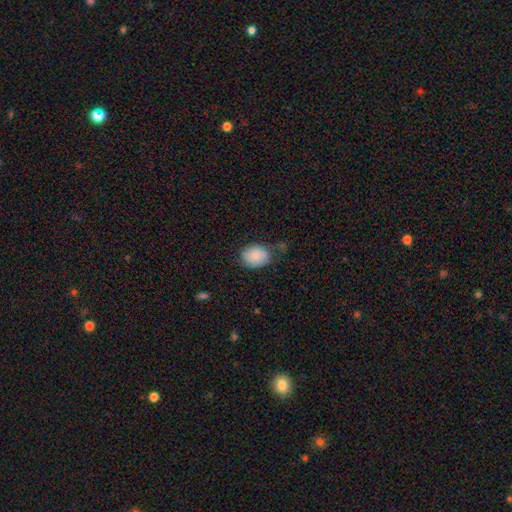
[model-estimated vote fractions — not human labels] Smooth or featured? smooth (84%)
How rounded? in between (66%)
Merging? none (61%)